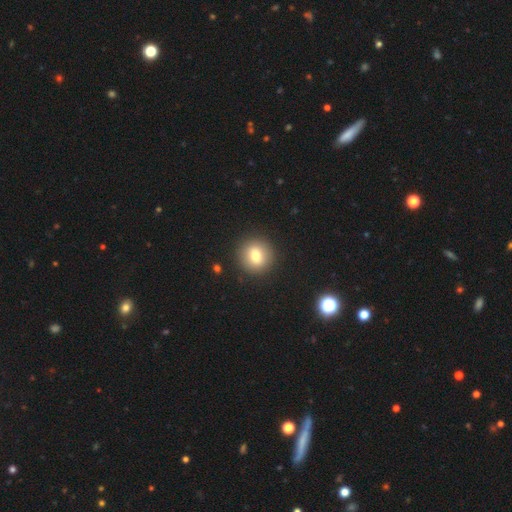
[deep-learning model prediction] smooth 76%, featured or disk 14%, star or artifact 11%. Down the decision tree: how rounded — round (91%); merging — none (91%).